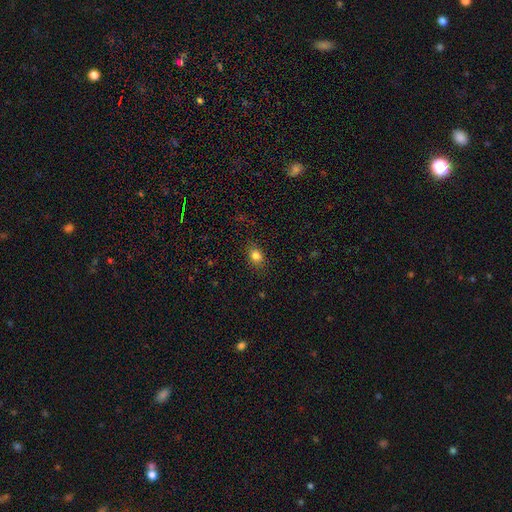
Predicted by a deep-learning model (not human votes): Smooth or featured? smooth (81%)
How rounded? in between (61%)
Merging? none (85%)